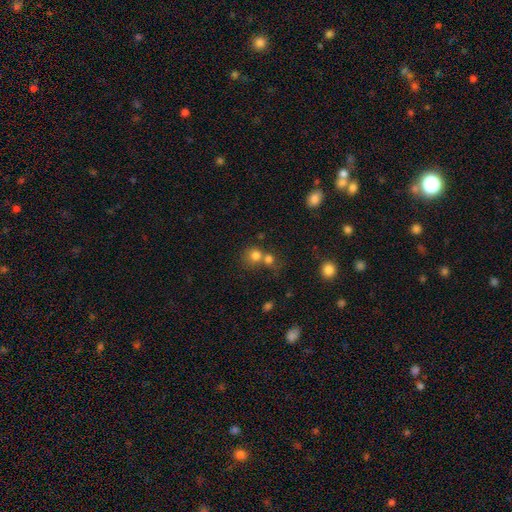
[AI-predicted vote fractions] smooth-or-featured: smooth: 76% | star or artifact: 14% | featured or disk: 10%
  how-rounded: round: 82% | in between: 17% | cigar-shaped: 1%
  merging: merger: 48% | none: 41% | minor disturbance: 7% | major disturbance: 4%